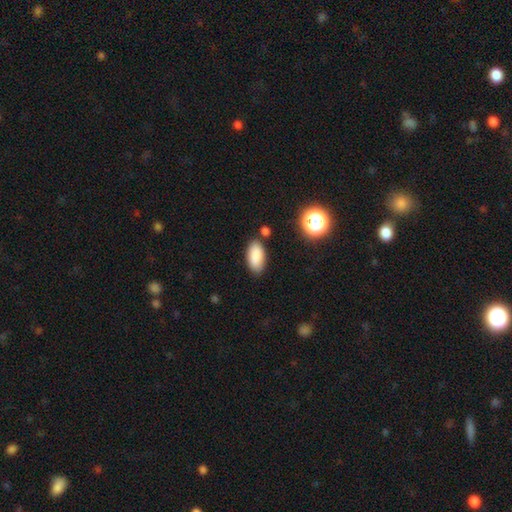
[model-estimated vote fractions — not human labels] The model was most divided on "merging": none: 80%, minor disturbance: 12%, merger: 5%, major disturbance: 3%. More confident: how rounded — in between (92%); smooth or featured — smooth (87%).